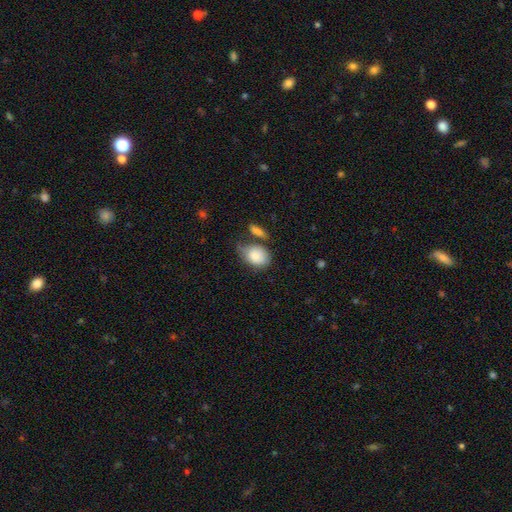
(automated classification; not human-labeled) This appears to be a smooth galaxy with no disk features (81%) that is in between round and cigar-shaped (66%). Merging: none (41%).